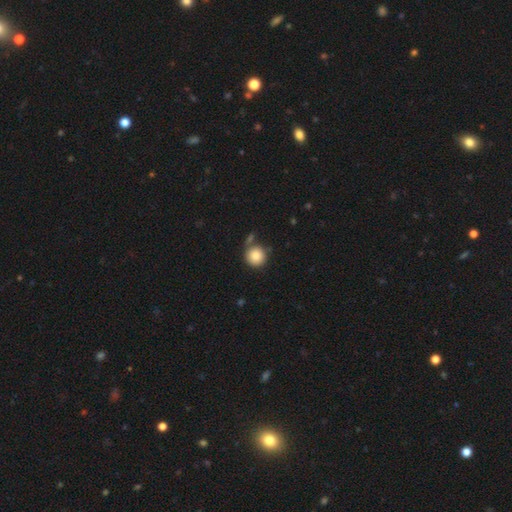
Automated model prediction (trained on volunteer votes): Smooth or featured?
  - smooth: 85% *
  - star or artifact: 9%
  - featured or disk: 6%
How rounded?
  - round: 94% *
  - in between: 5%
  - cigar-shaped: 1%
Merging?
  - none: 72% *
  - merger: 13%
  - minor disturbance: 12%
  - major disturbance: 4%